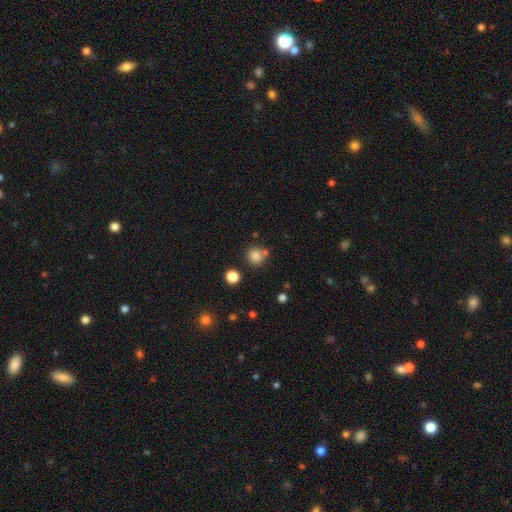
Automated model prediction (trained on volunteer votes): Smooth or featured: smooth — 82% (star or artifact — 12%)
How rounded: round — 91% (in between — 8%)
Merging: none — 72% (merger — 15%)